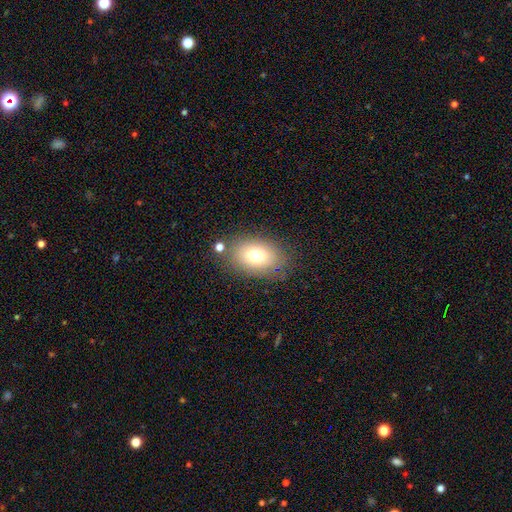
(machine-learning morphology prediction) The model was most divided on "smooth or featured": smooth: 74%, featured or disk: 15%, star or artifact: 11%. More confident: how rounded — in between (83%); merging — none (77%).